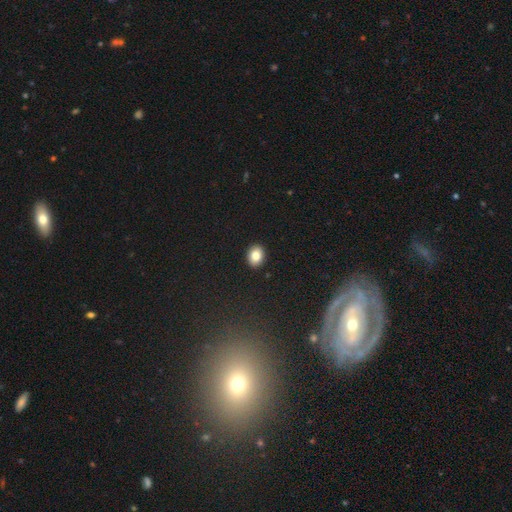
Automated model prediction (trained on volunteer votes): This is clearly a smooth galaxy (83%). How rounded: possibly in between (55%). Merging: clearly none (91%).